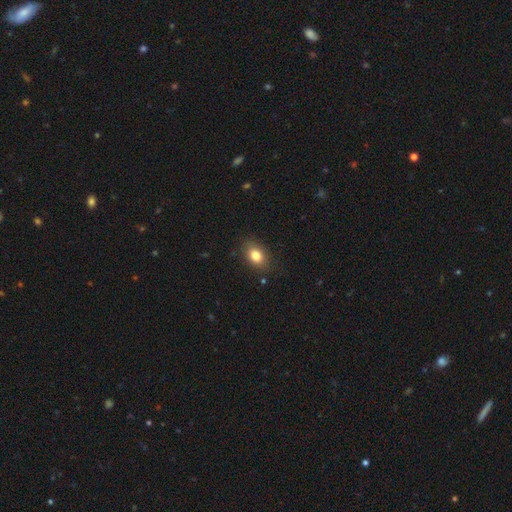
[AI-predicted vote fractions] Q: Smooth or featured?
A: smooth (82%); runner-up: star or artifact (9%)
Q: How rounded?
A: in between (77%); runner-up: round (22%)
Q: Merging?
A: none (85%); runner-up: minor disturbance (11%)